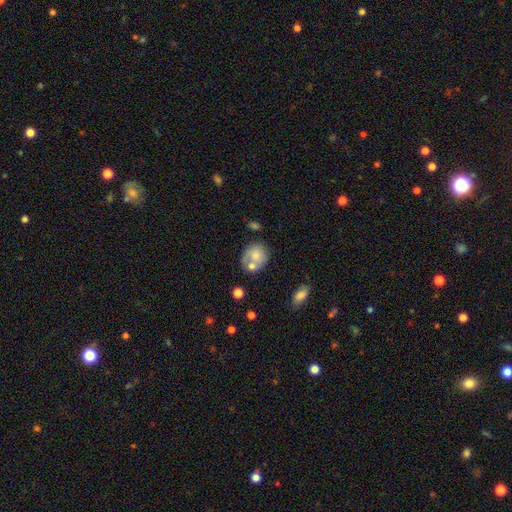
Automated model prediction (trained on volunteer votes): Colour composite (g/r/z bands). It shows a smooth galaxy with no disk features (68%) that is round (69%). Merging: none (48%).